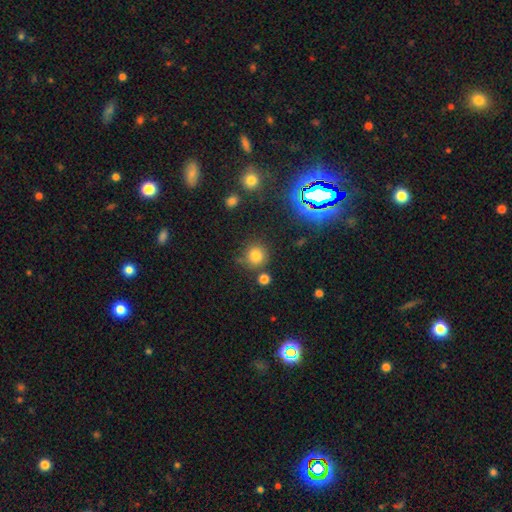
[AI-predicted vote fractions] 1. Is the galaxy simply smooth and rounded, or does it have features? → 76% smooth, 17% star or artifact, 7% featured or disk.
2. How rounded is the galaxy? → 92% round, 7% in between, 1% cigar-shaped.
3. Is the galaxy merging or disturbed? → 78% none, 10% minor disturbance, 7% merger, 4% major disturbance.